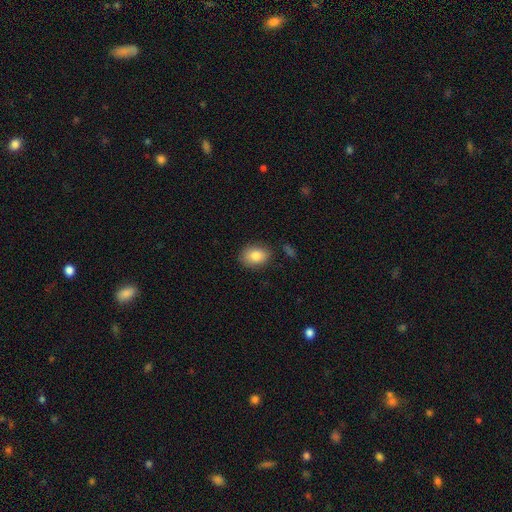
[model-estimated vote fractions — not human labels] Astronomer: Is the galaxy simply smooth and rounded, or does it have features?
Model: smooth — 84%.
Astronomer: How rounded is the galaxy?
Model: in between — 74%.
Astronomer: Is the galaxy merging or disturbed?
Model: none — 83%.